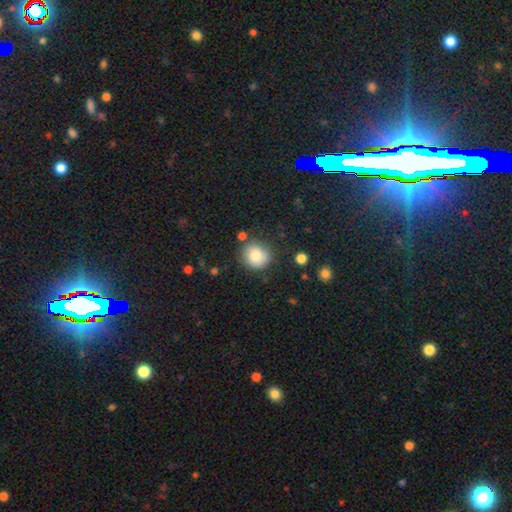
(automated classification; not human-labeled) This is clearly a smooth galaxy (82%). How rounded: clearly round (86%). Merging: likely none (78%).